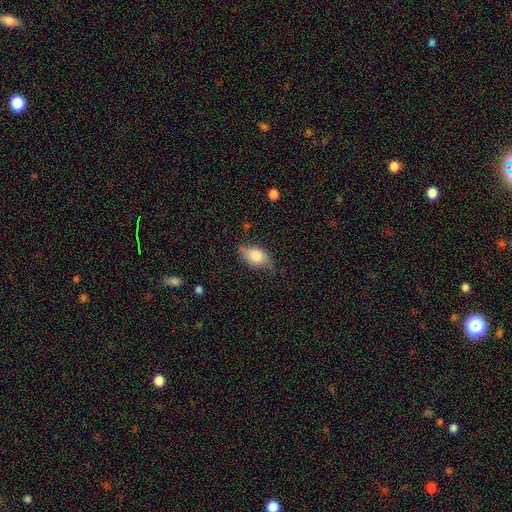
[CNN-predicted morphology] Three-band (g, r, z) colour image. It shows a smooth galaxy with no disk features (71%) that is in between round and cigar-shaped (88%). Merging: none (60%).